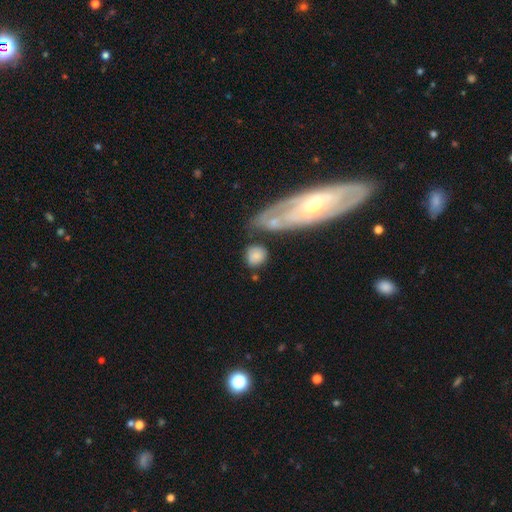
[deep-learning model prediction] smooth-or-featured: smooth: 74% | featured or disk: 18% | star or artifact: 8%
  how-rounded: round: 77% | in between: 21% | cigar-shaped: 2%
  merging: none: 59% | minor disturbance: 18% | merger: 15% | major disturbance: 9%